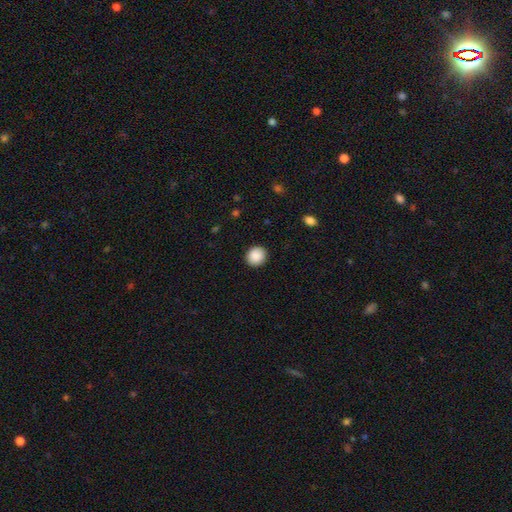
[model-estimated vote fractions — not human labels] smooth-or-featured: smooth: 89% | star or artifact: 8% | featured or disk: 3%
  how-rounded: round: 84% | in between: 15% | cigar-shaped: 1%
  merging: none: 91% | minor disturbance: 6% | major disturbance: 2% | merger: 1%